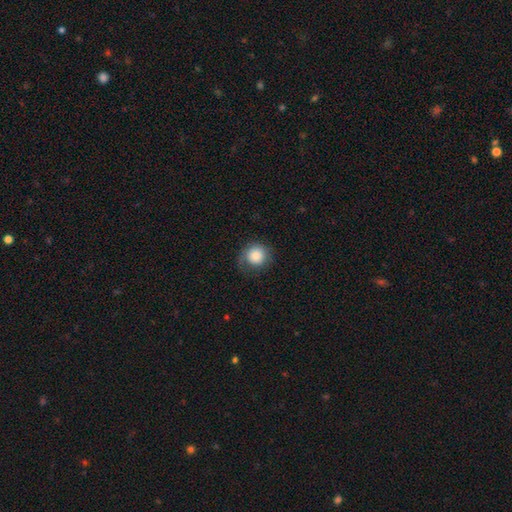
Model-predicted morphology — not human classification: Overall: smooth (84%). How rounded: round (89%). Merging: none (70%).